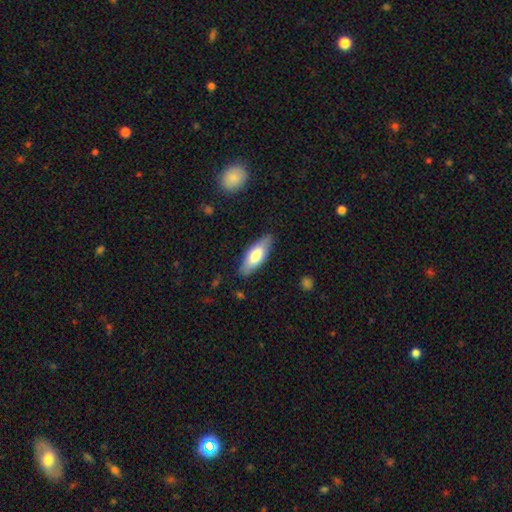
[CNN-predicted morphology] This appears to be a smooth galaxy with no disk features (71%) that is in between round and cigar-shaped (70%). Merging: none (84%).